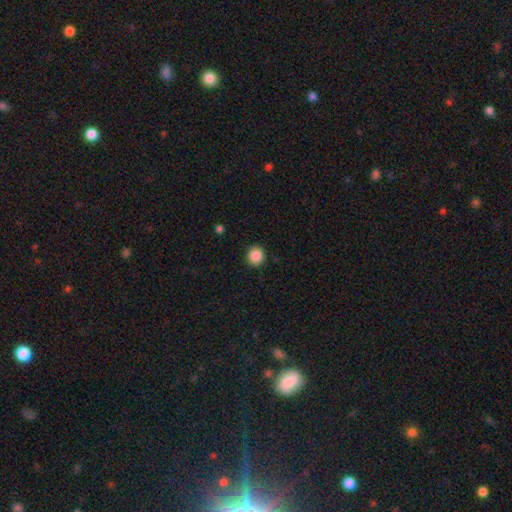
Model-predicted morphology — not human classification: Smooth or featured? smooth (88%)
How rounded? round (91%)
Merging? none (90%)